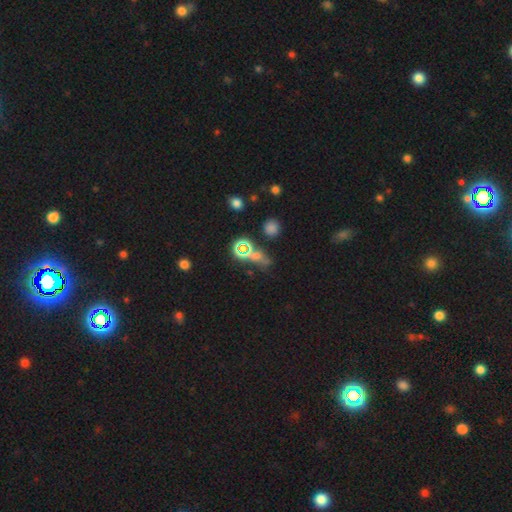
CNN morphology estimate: Smooth or featured?
  - star or artifact: 48% *
  - smooth: 40%
  - featured or disk: 12%